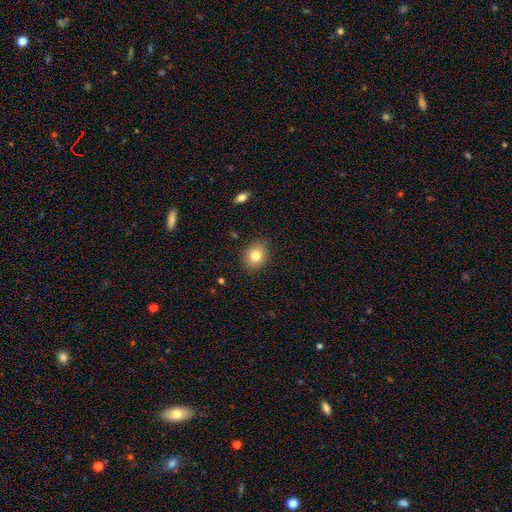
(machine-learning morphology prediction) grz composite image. It shows a smooth galaxy with no disk features (81%) that is round (55%). Merging: none (88%).